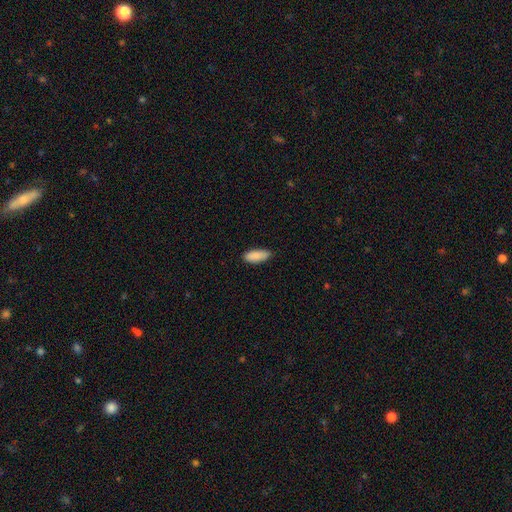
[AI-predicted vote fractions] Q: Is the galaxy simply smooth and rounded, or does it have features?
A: smooth — 89%.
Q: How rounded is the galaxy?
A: in between — 80%.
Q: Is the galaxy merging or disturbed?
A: none — 82%.